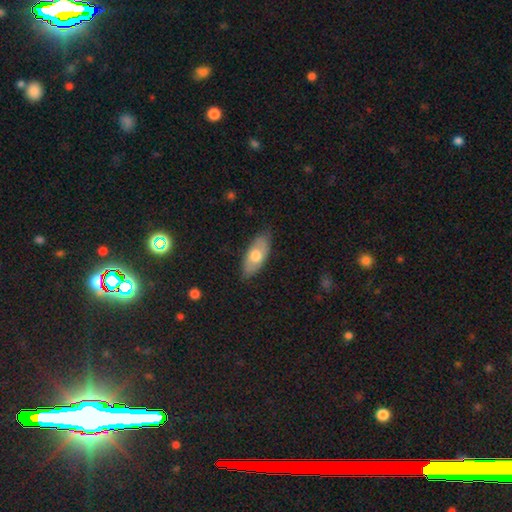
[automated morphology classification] A smooth galaxy with no disk features (65%) that is in between round and cigar-shaped (85%).

Vote fractions:
- Smooth or featured? smooth: 65% / featured or disk: 29% / star or artifact: 6%
- How rounded? in between: 85% / cigar-shaped: 12% / round: 3%
- Merging? none: 78% / minor disturbance: 17% / major disturbance: 3% / merger: 1%